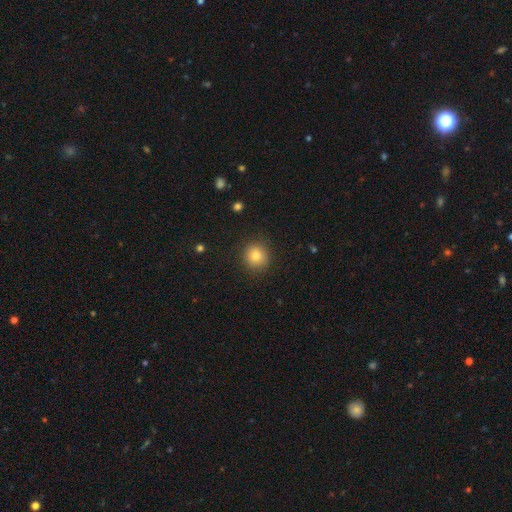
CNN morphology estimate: This is clearly a smooth galaxy (81%). How rounded: clearly round (91%). Merging: clearly none (89%).